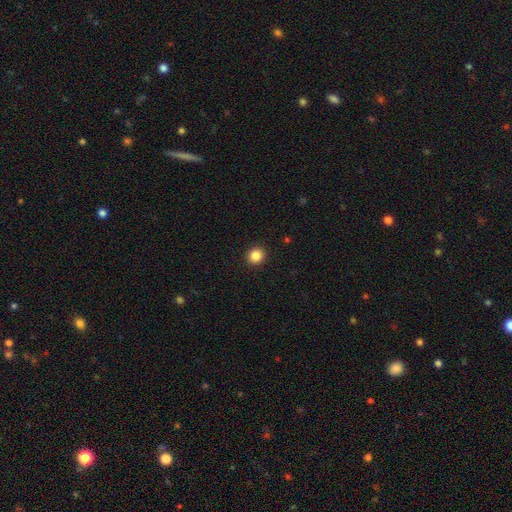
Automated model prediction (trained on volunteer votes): Smooth or featured? Predicted: smooth (p=0.86). How rounded? Predicted: round (p=0.89). Merging? Predicted: none (p=0.93).